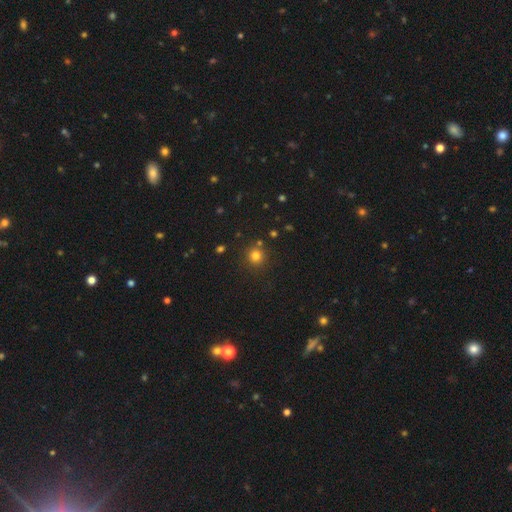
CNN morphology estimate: type=smooth (78%); roundness=round (93%); merging=none (84%).